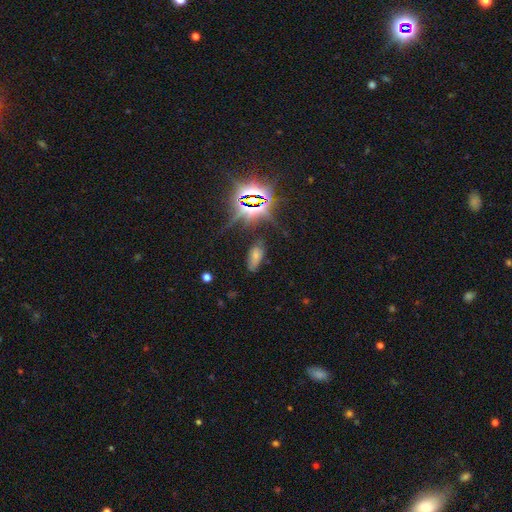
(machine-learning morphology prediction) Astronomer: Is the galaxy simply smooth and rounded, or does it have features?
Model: smooth — 50% (runner-up: star or artifact, 33%).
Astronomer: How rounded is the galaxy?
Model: in between — 90%.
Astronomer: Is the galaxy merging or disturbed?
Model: none — 69%.